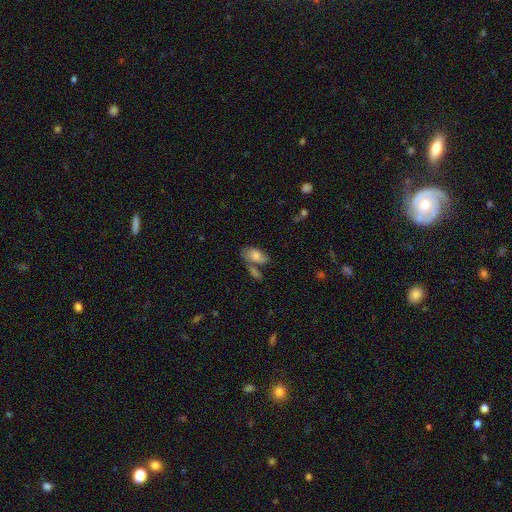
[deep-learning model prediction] Smooth or featured: smooth — 68% (featured or disk — 24%)
How rounded: in between — 91% (round — 5%)
Merging: none — 41% (merger — 28%)